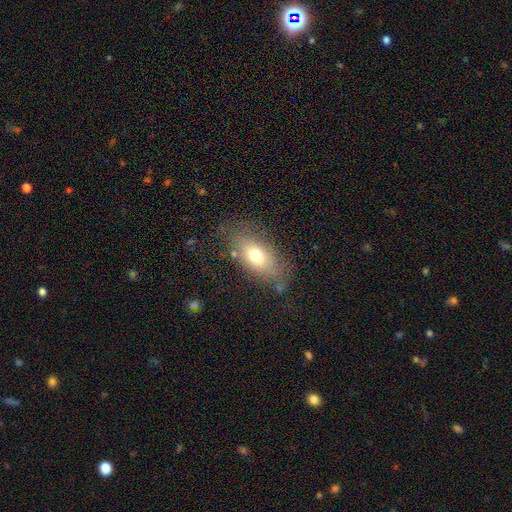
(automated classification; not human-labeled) smooth 70%, featured or disk 21%, star or artifact 9%. Down the decision tree: how rounded — in between (86%); merging — none (72%).